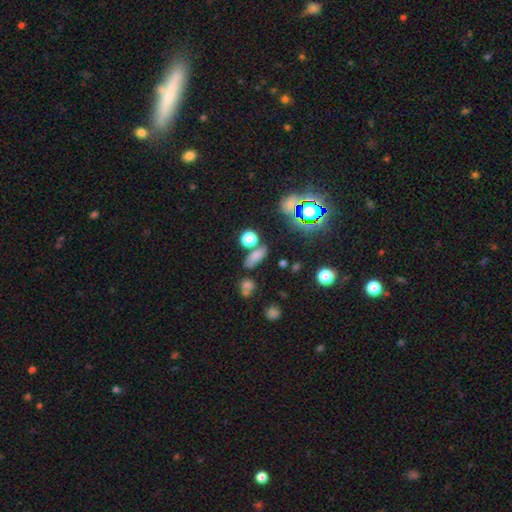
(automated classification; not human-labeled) smooth-or-featured: smooth: 70% | star or artifact: 21% | featured or disk: 9%
  how-rounded: in between: 61% | cigar-shaped: 21% | round: 17%
  merging: none: 70% | minor disturbance: 13% | merger: 11% | major disturbance: 5%